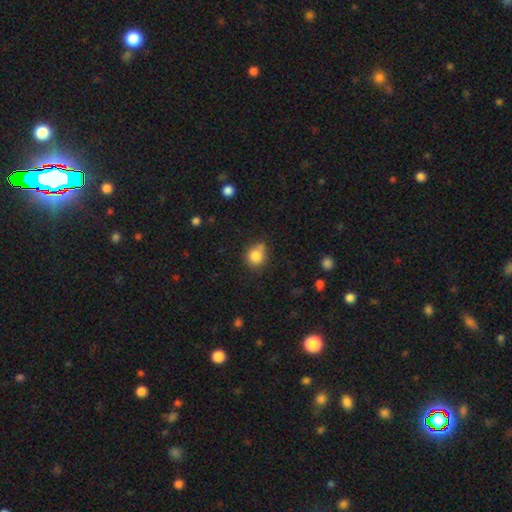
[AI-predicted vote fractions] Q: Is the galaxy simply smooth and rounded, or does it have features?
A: smooth — 83%.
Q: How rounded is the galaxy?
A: round — 80%.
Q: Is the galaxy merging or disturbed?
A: none — 60%.